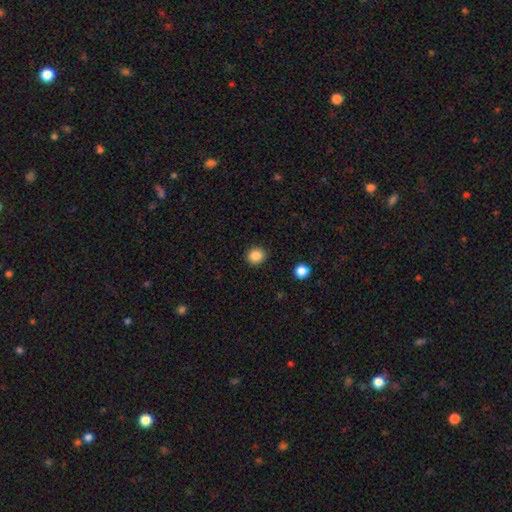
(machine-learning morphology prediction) smooth_or_featured: smooth (p=0.86) [alt: star or artifact p=0.10]
how_rounded: round (p=0.87) [alt: in between p=0.12]
merging: none (p=0.91) [alt: minor disturbance p=0.06]